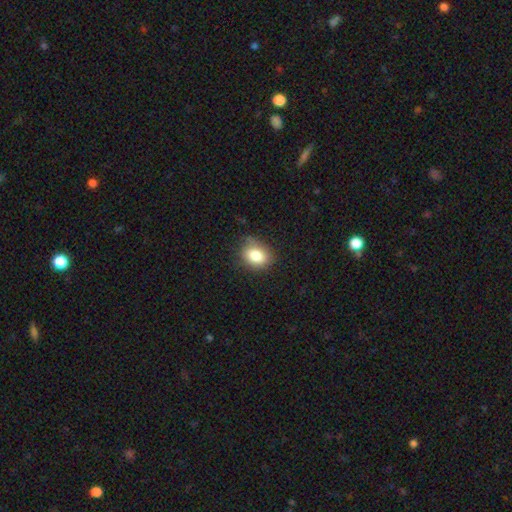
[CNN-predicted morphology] This appears to be a smooth galaxy with no disk features (82%) that is in between round and cigar-shaped (59%). Merging: none (68%).